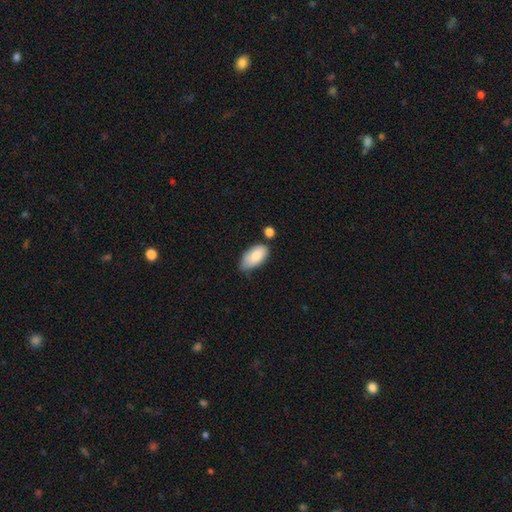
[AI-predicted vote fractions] smooth-or-featured: smooth: 82% | featured or disk: 12% | star or artifact: 7%
  how-rounded: in between: 94% | round: 3% | cigar-shaped: 3%
  merging: none: 52% | minor disturbance: 33% | merger: 9% | major disturbance: 6%